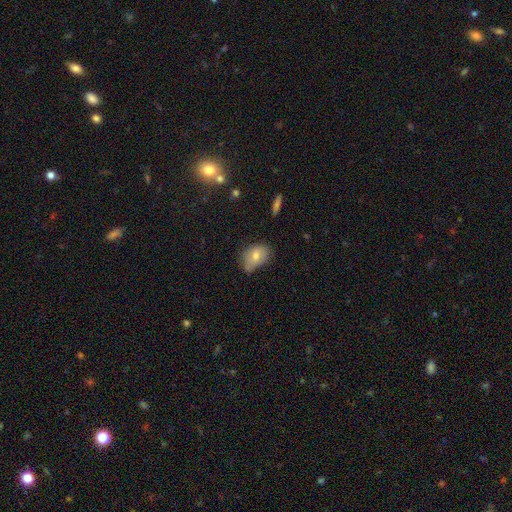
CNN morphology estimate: smooth-or-featured: smooth: 67% | featured or disk: 22% | star or artifact: 11%
  how-rounded: in between: 71% | round: 27% | cigar-shaped: 1%
  merging: none: 49% | minor disturbance: 38% | major disturbance: 9% | merger: 4%